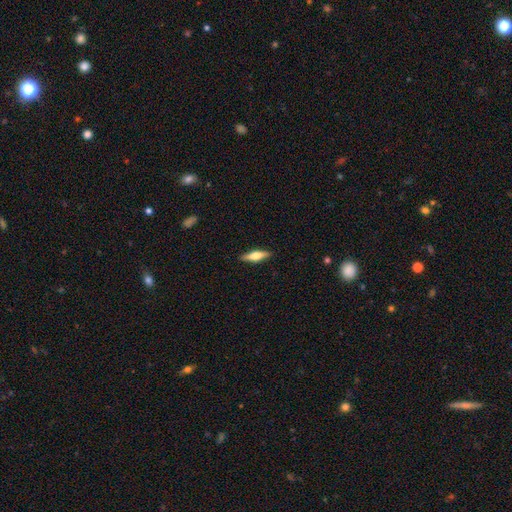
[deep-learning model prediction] Smooth or featured: featured or disk — 49% (smooth — 45%)
Merging: none — 90% (minor disturbance — 7%)